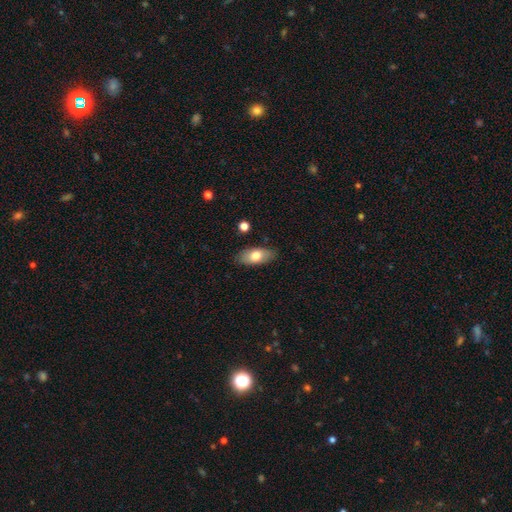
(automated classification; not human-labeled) Smooth or featured?
  - smooth: 75% *
  - featured or disk: 18%
  - star or artifact: 7%
How rounded?
  - in between: 87% *
  - cigar-shaped: 10%
  - round: 3%
Merging?
  - none: 84% *
  - minor disturbance: 11%
  - major disturbance: 2%
  - merger: 2%